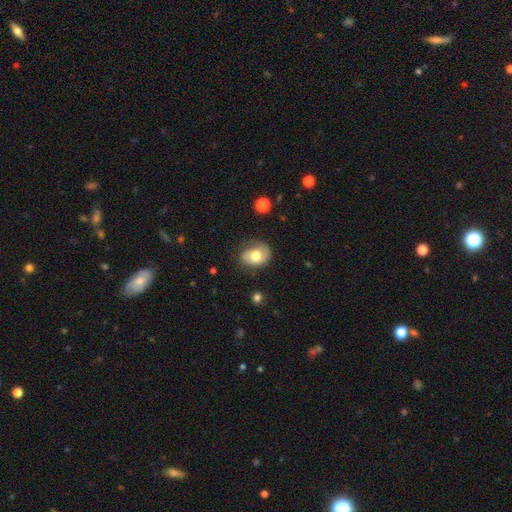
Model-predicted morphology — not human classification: This is possibly a smooth galaxy (49%). Merging: likely none (63%).